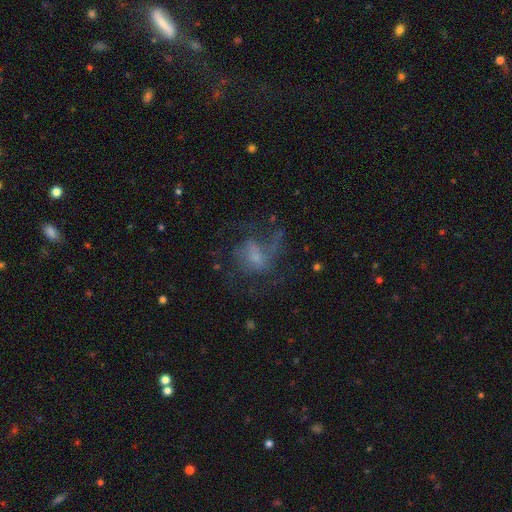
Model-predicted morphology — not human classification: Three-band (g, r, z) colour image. It shows a featured or disk galaxy (58%) with no bar (54%), spiral arms (68%) and a small central bulge (45%). Merging: none (41%).